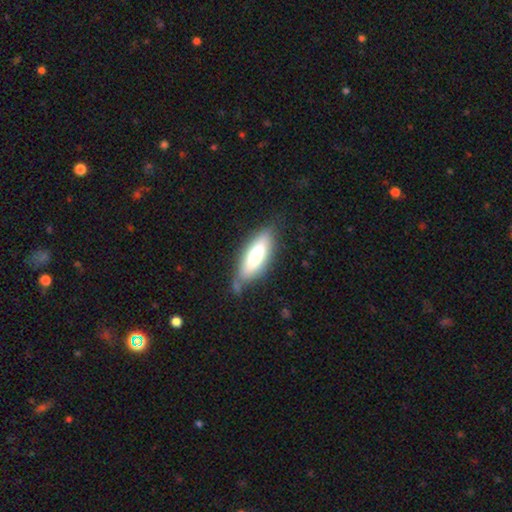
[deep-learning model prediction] smooth_or_featured: smooth (p=0.67) [alt: featured or disk p=0.27]
how_rounded: in between (p=0.56) [alt: cigar-shaped p=0.42]
merging: none (p=0.70) [alt: minor disturbance p=0.20]